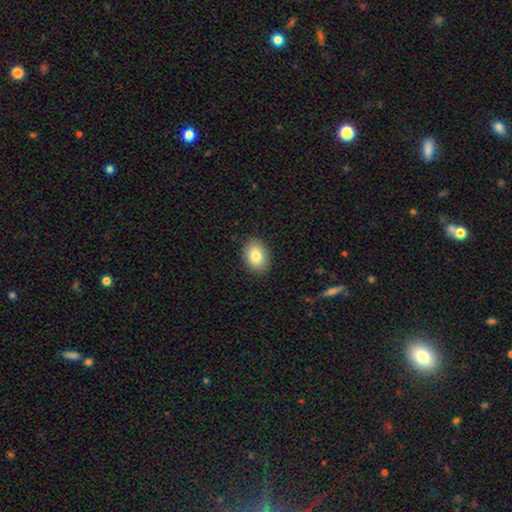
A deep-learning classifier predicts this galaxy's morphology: Q: Smooth or featured?
A: smooth (83%); runner-up: featured or disk (9%)
Q: How rounded?
A: in between (68%); runner-up: round (31%)
Q: Merging?
A: none (88%); runner-up: minor disturbance (9%)